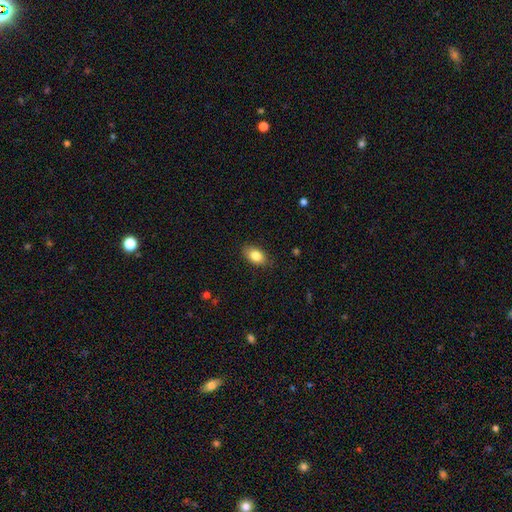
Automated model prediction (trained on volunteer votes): The model was most divided on "merging": none: 83%, minor disturbance: 13%, major disturbance: 3%, merger: 1%. More confident: how rounded — in between (89%); smooth or featured — smooth (83%).